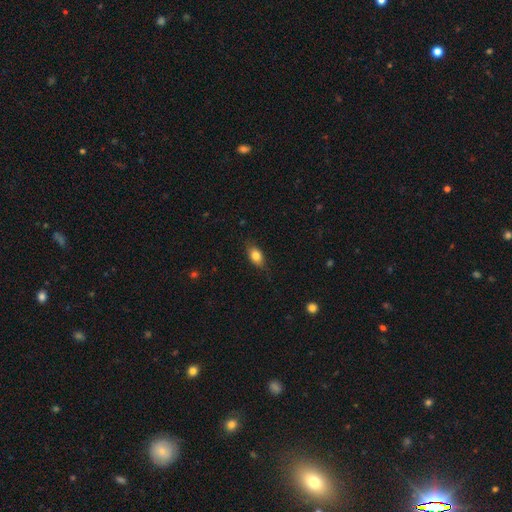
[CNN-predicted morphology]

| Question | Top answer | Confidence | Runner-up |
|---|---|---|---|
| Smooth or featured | smooth | 80% | featured or disk (12%) |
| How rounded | in between | 83% | round (12%) |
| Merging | none | 79% | minor disturbance (16%) |